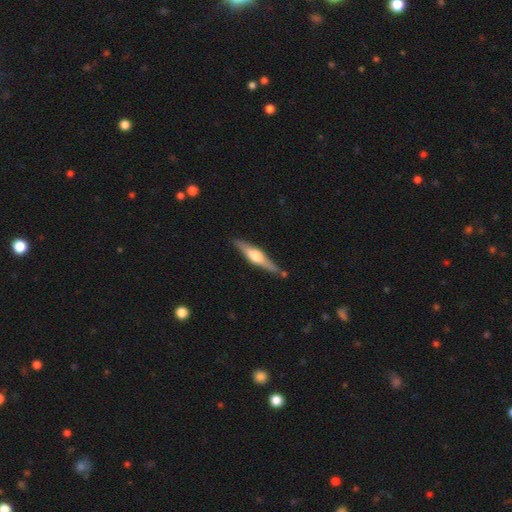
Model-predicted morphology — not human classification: A featured or disk galaxy (63%) viewed edge-on (95%) with a rounded central bulge (91%). Merging: none (81%).